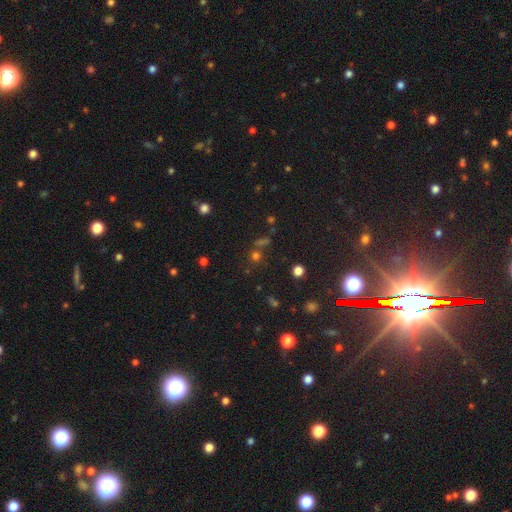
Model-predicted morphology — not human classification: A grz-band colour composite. It shows a smooth galaxy with no disk features (59%) that is round (89%). Merging: none (67%).